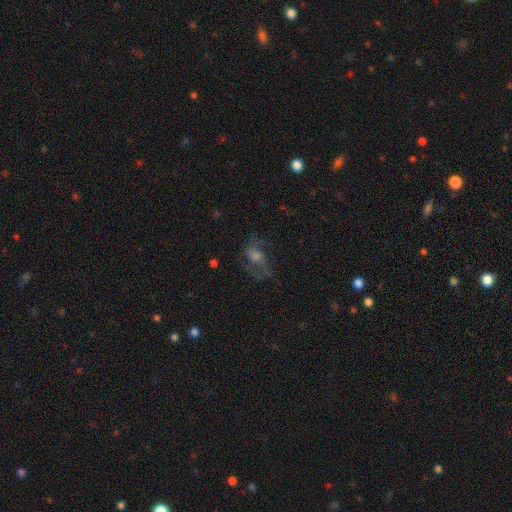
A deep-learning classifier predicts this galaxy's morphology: The model was most divided on "bulge size": moderate: 44%, small: 25%, large: 17%, none: 12%, dominant: 3%. More confident: edge-on disk — no (94%); spiral arms — yes (80%); bar — no (64%); smooth or featured — featured or disk (60%); merging — none (59%).